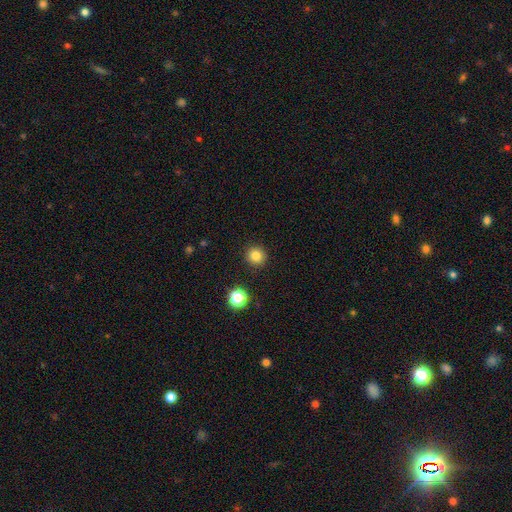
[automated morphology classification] Smooth or featured? Predicted: smooth (p=0.82). How rounded? Predicted: round (p=0.94). Merging? Predicted: none (p=0.92).